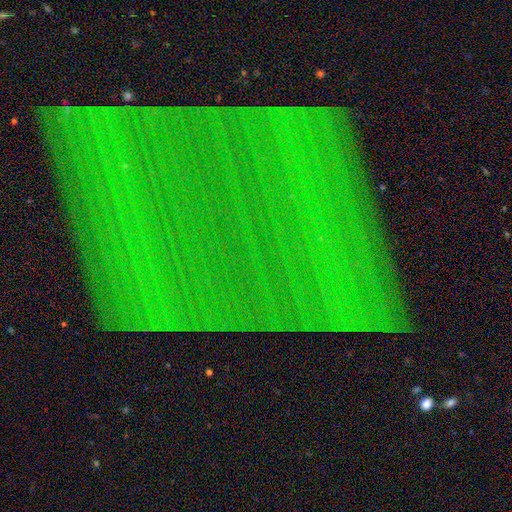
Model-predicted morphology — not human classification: Smooth or featured? Predicted: star or artifact (p=0.84).